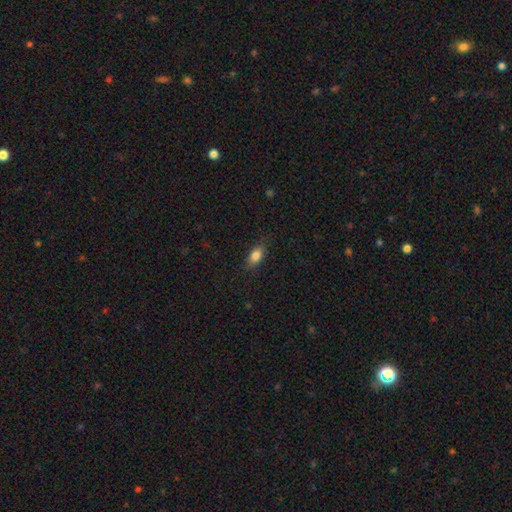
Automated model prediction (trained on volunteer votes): Smooth or featured? smooth (84%)
How rounded? in between (87%)
Merging? none (84%)